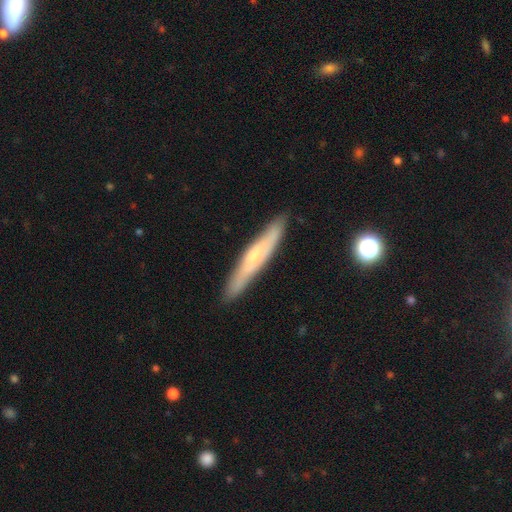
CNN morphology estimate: A featured or disk galaxy (48%).

Vote fractions:
- Smooth or featured? featured or disk: 48% / smooth: 45% / star or artifact: 6%
- Merging? none: 87% / minor disturbance: 10% / major disturbance: 2% / merger: 1%